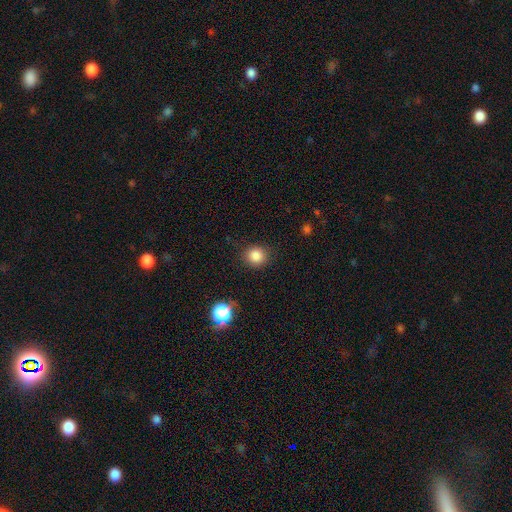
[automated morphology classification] smooth_or_featured: smooth (p=0.84) [alt: star or artifact p=0.11]
how_rounded: round (p=0.85) [alt: in between p=0.14]
merging: none (p=0.88) [alt: minor disturbance p=0.08]